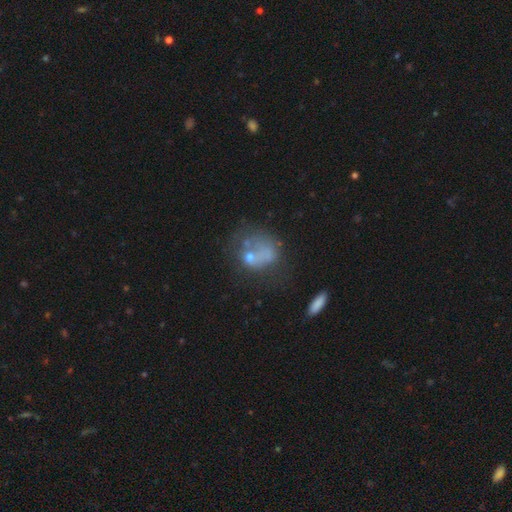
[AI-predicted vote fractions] A smooth galaxy with no disk features (46%). Merging: none (32%).